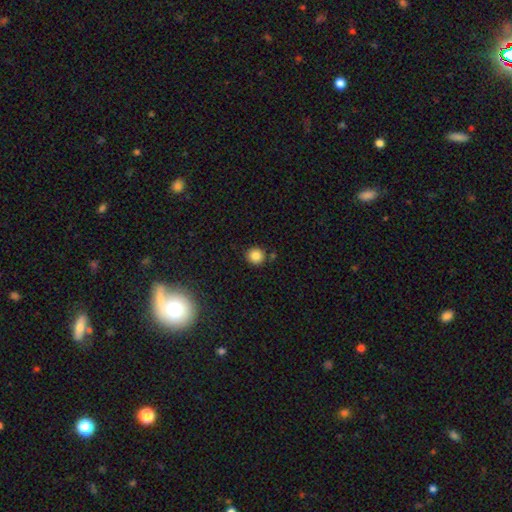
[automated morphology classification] This is clearly a smooth galaxy (85%). How rounded: clearly round (92%). Merging: clearly none (85%).